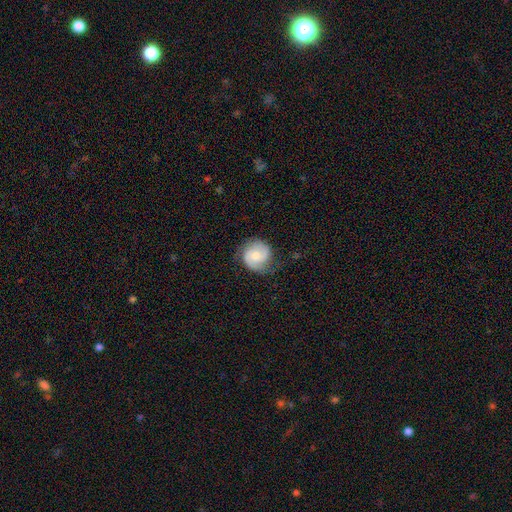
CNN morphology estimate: type=featured or disk (59%); edge-on=no (98%); bar=no (63%); spiral arms=yes (93%); winding=medium (44%); arm count=2 (85%); bulge=moderate (45%); merging=none (70%).